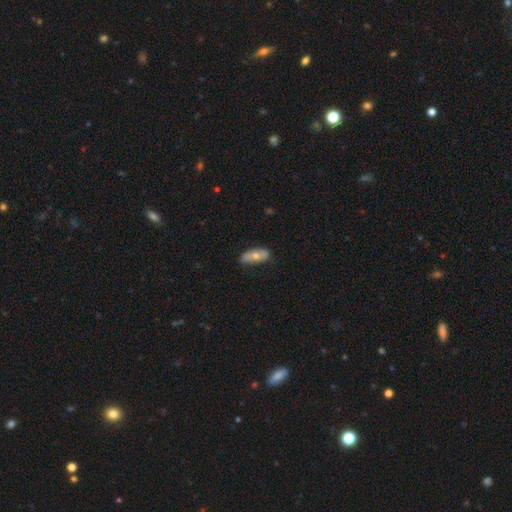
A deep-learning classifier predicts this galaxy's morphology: This appears to be a smooth galaxy with no disk features (63%) that is in between round and cigar-shaped (82%). Merging: none (76%).